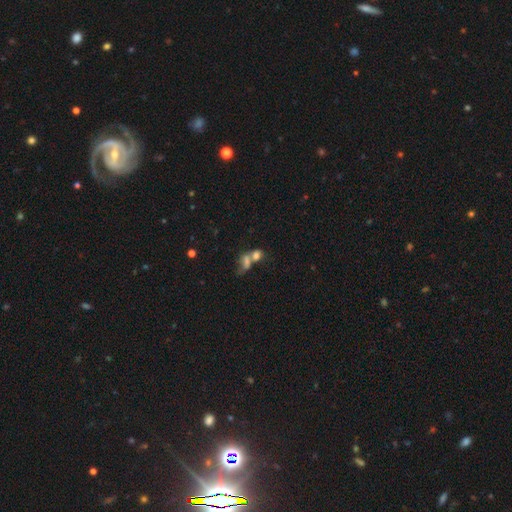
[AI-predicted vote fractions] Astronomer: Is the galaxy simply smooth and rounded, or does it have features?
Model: smooth — 64%.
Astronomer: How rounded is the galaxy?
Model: in between — 63%.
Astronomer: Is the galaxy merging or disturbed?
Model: merger — 64%.